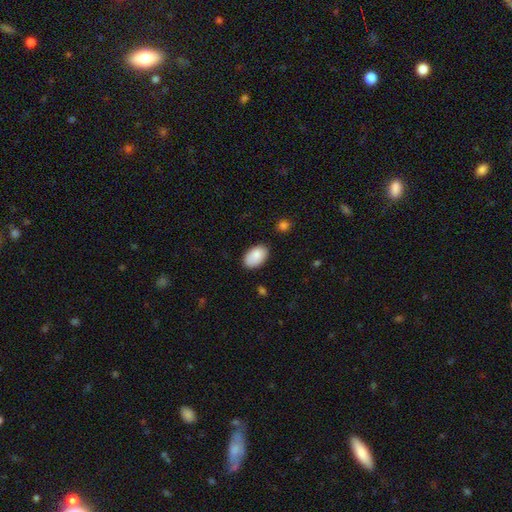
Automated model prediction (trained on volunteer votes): A smooth galaxy with no disk features (88%) that is in between round and cigar-shaped (94%).

Vote fractions:
- Smooth or featured? smooth: 88% / star or artifact: 6% / featured or disk: 6%
- How rounded? in between: 94% / round: 5% / cigar-shaped: 1%
- Merging? none: 83% / minor disturbance: 13% / major disturbance: 3% / merger: 2%